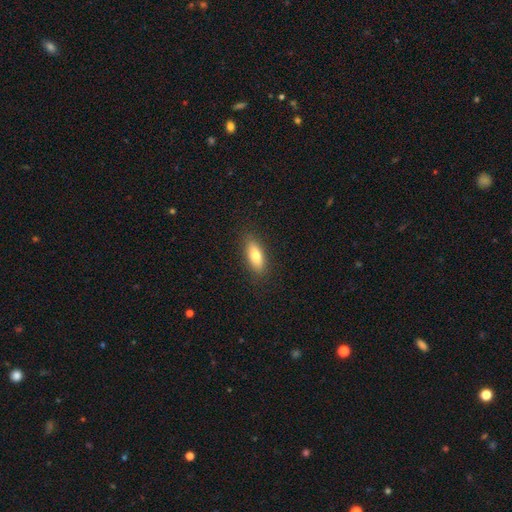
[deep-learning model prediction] Overall: smooth (75%). How rounded: in between (71%). Merging: none (87%).